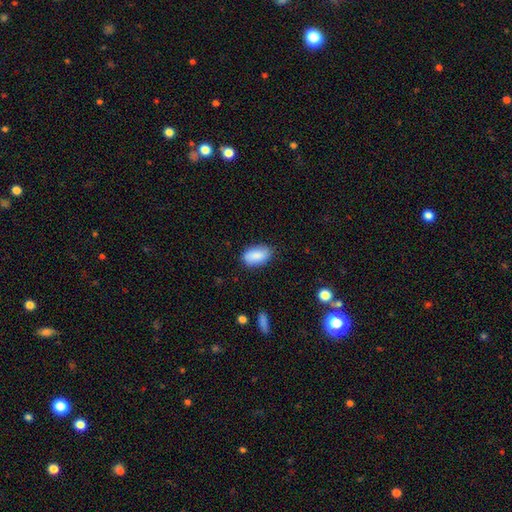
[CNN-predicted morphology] smooth_or_featured: smooth (p=0.87) [alt: featured or disk p=0.07]
how_rounded: in between (p=0.92) [alt: round p=0.06]
merging: none (p=0.77) [alt: minor disturbance p=0.18]